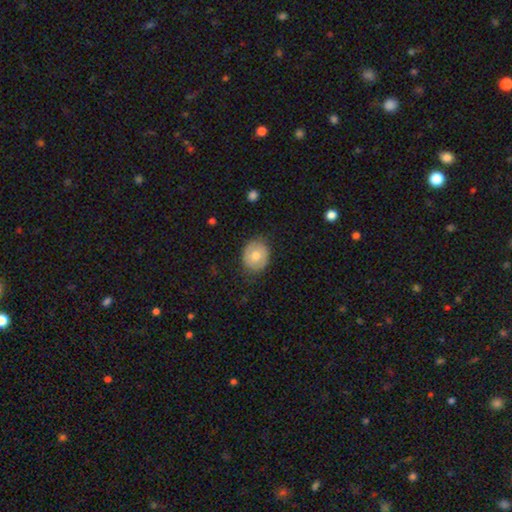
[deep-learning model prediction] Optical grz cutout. It shows a smooth galaxy with no disk features (64%) that is round (64%). Merging: none (79%).